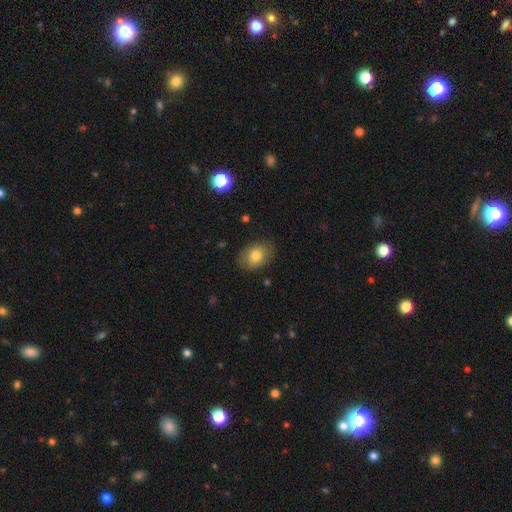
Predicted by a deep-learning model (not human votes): A smooth galaxy with no disk features (80%) that is in between round and cigar-shaped (75%). Merging: none (84%).